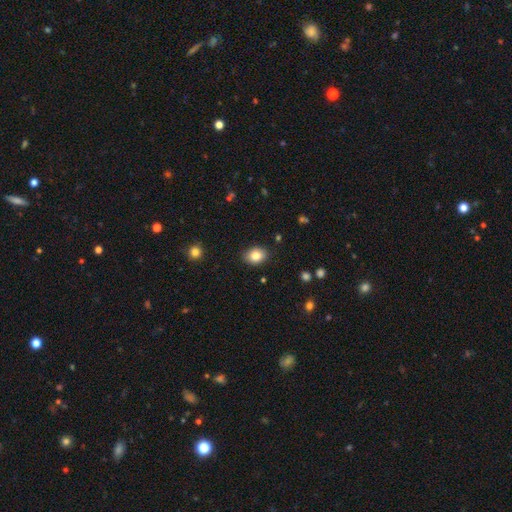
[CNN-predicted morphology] smooth 83%, star or artifact 9%, featured or disk 8%. Down the decision tree: how rounded — in between (66%); merging — none (88%).